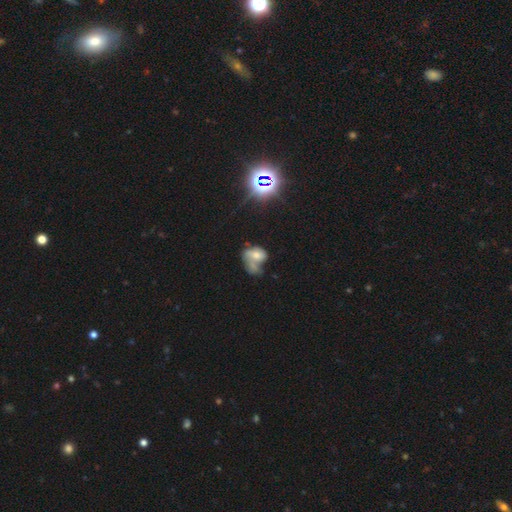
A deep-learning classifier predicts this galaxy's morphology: Q: Smooth or featured?
A: smooth (47%); runner-up: featured or disk (34%)
Q: Merging?
A: merger (38%); runner-up: major disturbance (27%)